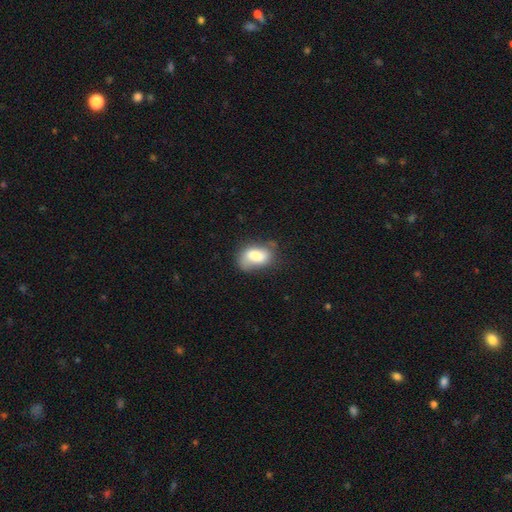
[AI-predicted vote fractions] Overall: smooth (74%). How rounded: in between (87%). Merging: none (51%; minor disturbance 32%).